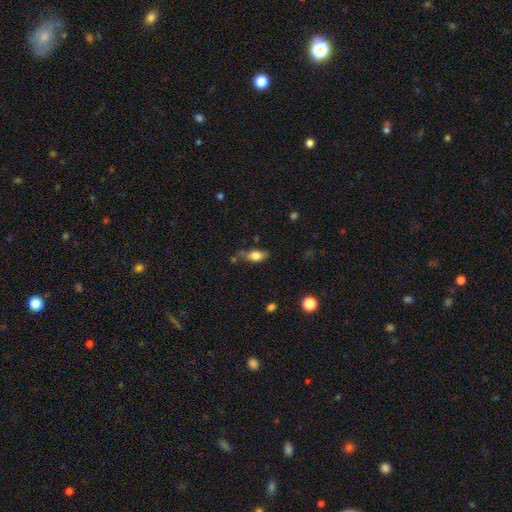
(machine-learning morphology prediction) Overall: smooth (74%). How rounded: in between (79%). Merging: none (57%; minor disturbance 27%).